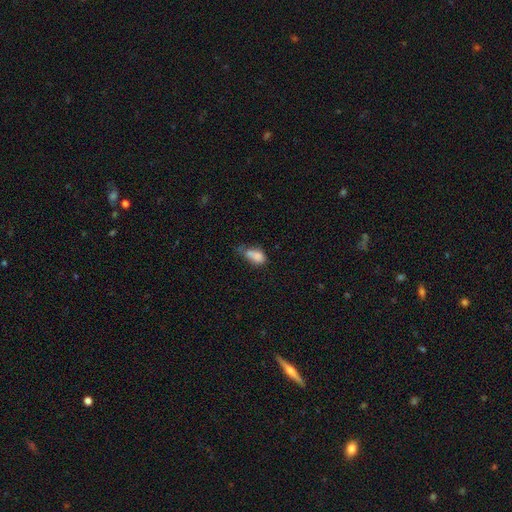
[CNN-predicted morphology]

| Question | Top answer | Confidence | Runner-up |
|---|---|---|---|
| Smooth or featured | smooth | 79% | featured or disk (11%) |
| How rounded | in between | 87% | round (7%) |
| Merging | minor disturbance | 35% | none (31%) |